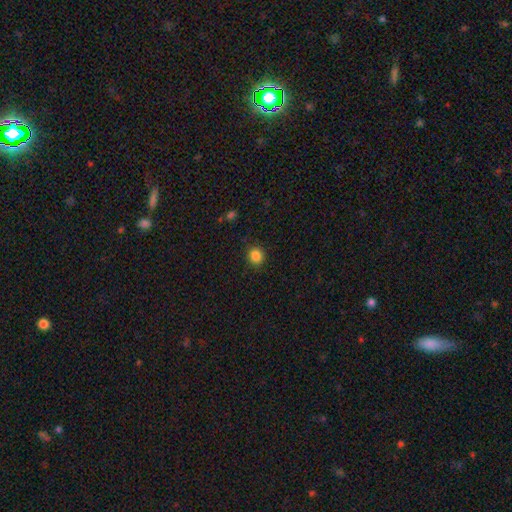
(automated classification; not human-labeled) smooth_or_featured: smooth (p=0.85) [alt: star or artifact p=0.11]
how_rounded: round (p=0.87) [alt: in between p=0.12]
merging: none (p=0.90) [alt: minor disturbance p=0.07]